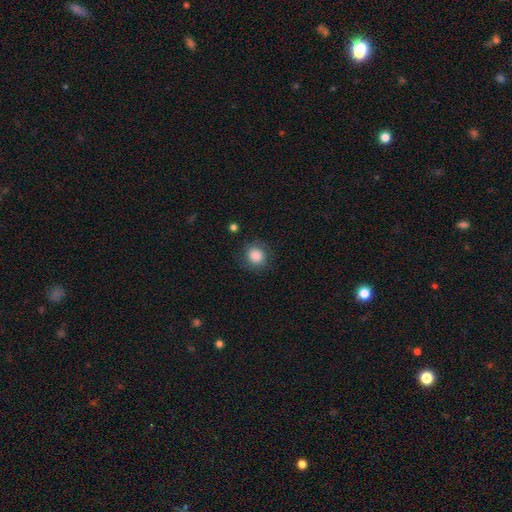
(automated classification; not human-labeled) Q: Smooth or featured?
A: smooth (86%); runner-up: star or artifact (9%)
Q: How rounded?
A: round (82%); runner-up: in between (17%)
Q: Merging?
A: none (82%); runner-up: minor disturbance (12%)